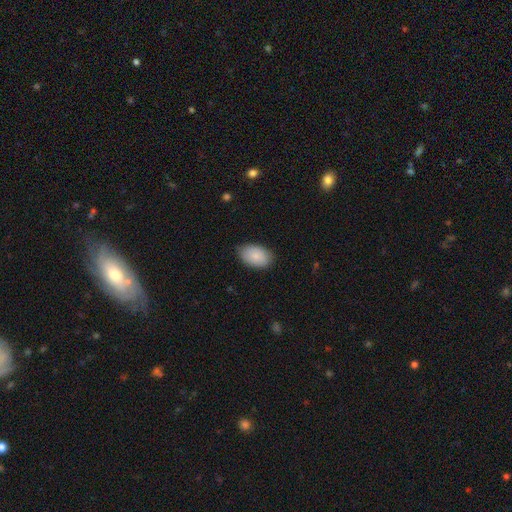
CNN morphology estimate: Q: Smooth or featured?
A: smooth (86%); runner-up: featured or disk (8%)
Q: How rounded?
A: in between (92%); runner-up: round (7%)
Q: Merging?
A: none (82%); runner-up: minor disturbance (15%)